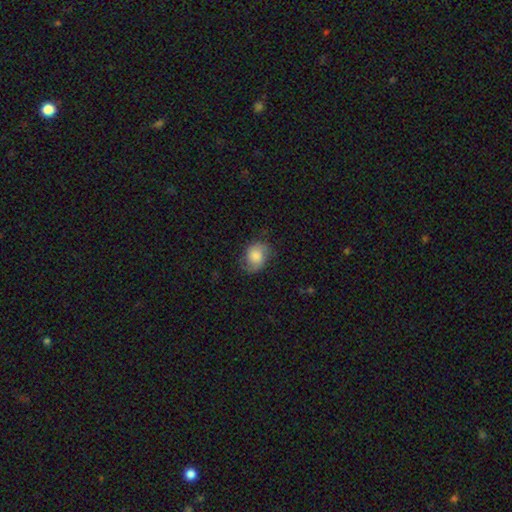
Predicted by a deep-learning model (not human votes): Morphology: type=smooth (60%); roundness=in between (53%); merging=none (66%).